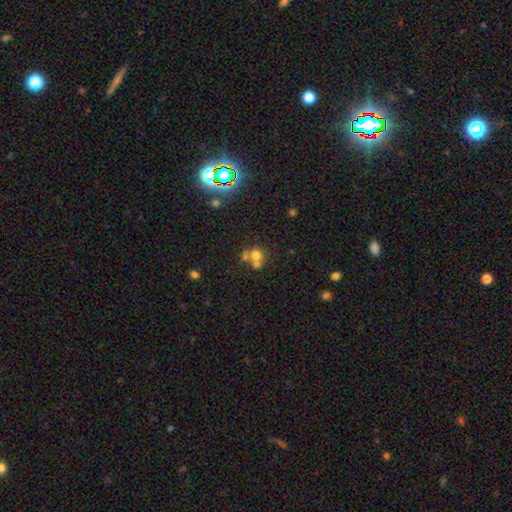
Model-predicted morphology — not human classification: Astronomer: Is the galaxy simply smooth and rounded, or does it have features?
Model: smooth — 63%.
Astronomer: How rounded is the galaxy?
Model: round — 85%.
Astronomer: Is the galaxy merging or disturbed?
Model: merger — 48% (runner-up: none, 41%).